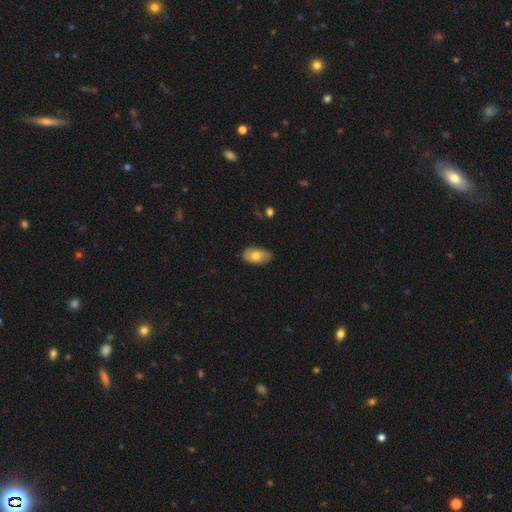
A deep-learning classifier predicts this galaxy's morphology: Overall: smooth (68%). How rounded: in between (93%). Merging: none (77%).